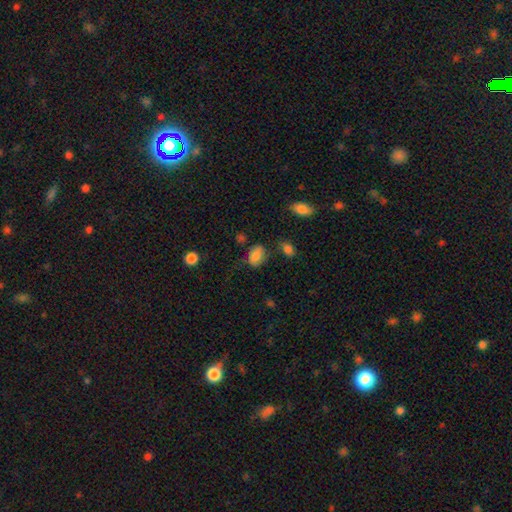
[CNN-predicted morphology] Smooth or featured? Predicted: smooth (p=0.78). How rounded? Predicted: in between (p=0.84). Merging? Predicted: none (p=0.54).